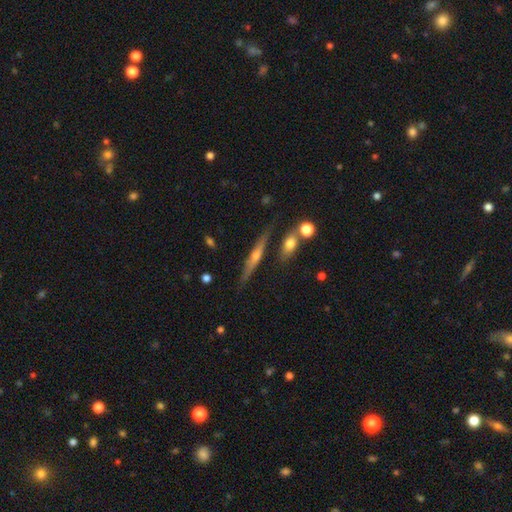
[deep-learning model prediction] Q: Smooth or featured?
A: featured or disk (73%); runner-up: smooth (19%)
Q: Edge-on disk?
A: yes (96%); runner-up: no (4%)
Q: Edge-on bulge?
A: rounded (83%); runner-up: none (13%)
Q: Merging?
A: none (83%); runner-up: minor disturbance (10%)